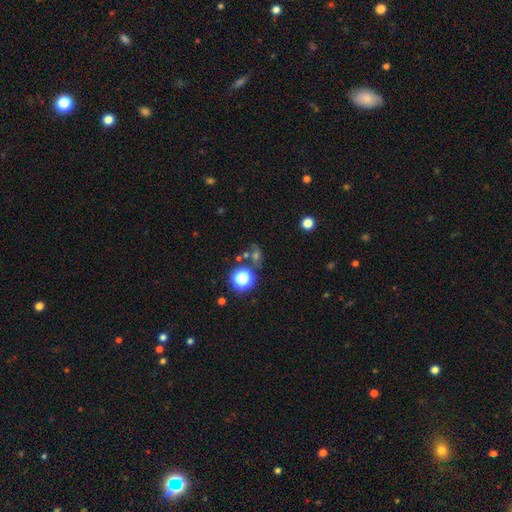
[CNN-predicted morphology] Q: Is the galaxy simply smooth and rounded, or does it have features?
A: star or artifact — 49%.